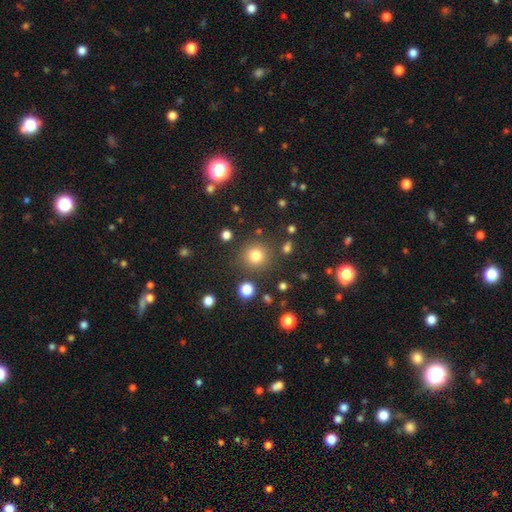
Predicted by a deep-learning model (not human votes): Smooth or featured? smooth (80%)
How rounded? round (93%)
Merging? none (86%)